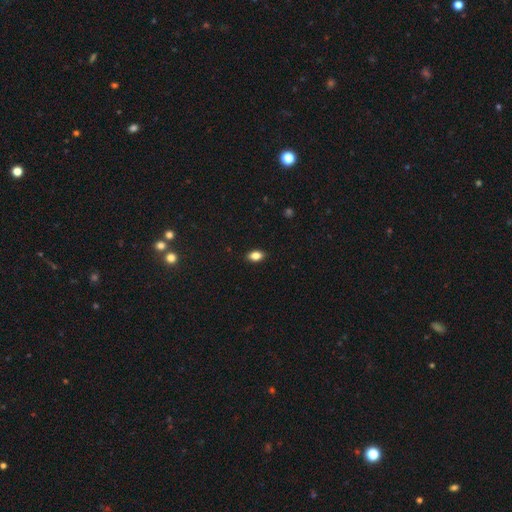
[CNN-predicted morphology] Smooth or featured?
  - smooth: 83% *
  - star or artifact: 9%
  - featured or disk: 8%
How rounded?
  - in between: 87% *
  - round: 9%
  - cigar-shaped: 4%
Merging?
  - none: 89% *
  - minor disturbance: 9%
  - major disturbance: 2%
  - merger: 1%